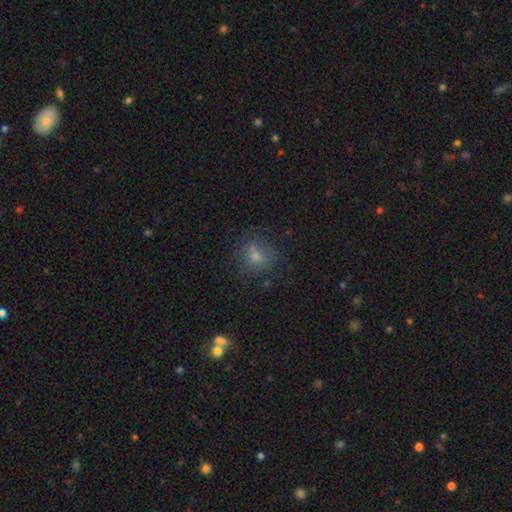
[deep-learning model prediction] Q: Smooth or featured?
A: smooth (63%); runner-up: star or artifact (22%)
Q: How rounded?
A: round (75%); runner-up: in between (23%)
Q: Merging?
A: none (69%); runner-up: minor disturbance (17%)